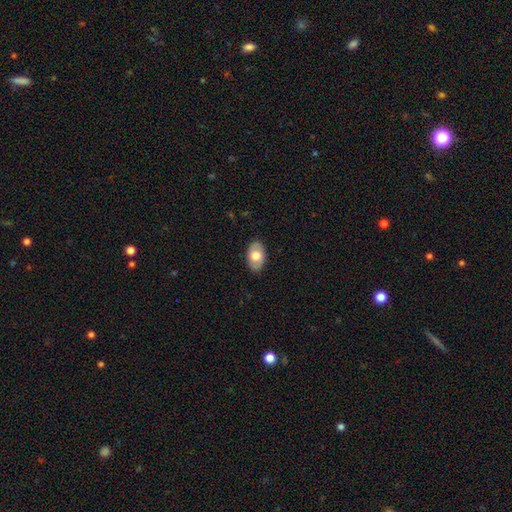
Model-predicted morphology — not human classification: Smooth or featured?
  - smooth: 66% *
  - featured or disk: 28%
  - star or artifact: 6%
How rounded?
  - in between: 90% *
  - round: 8%
  - cigar-shaped: 1%
Merging?
  - none: 86% *
  - minor disturbance: 10%
  - major disturbance: 2%
  - merger: 1%